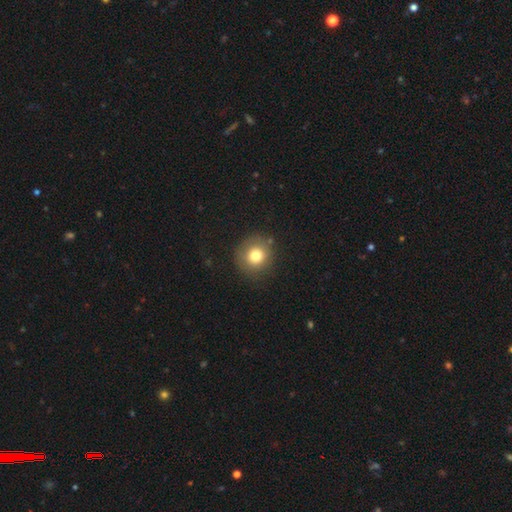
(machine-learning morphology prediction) smooth-or-featured: smooth: 75% | featured or disk: 13% | star or artifact: 11%
  how-rounded: round: 92% | in between: 7% | cigar-shaped: 1%
  merging: none: 83% | minor disturbance: 11% | major disturbance: 4% | merger: 2%